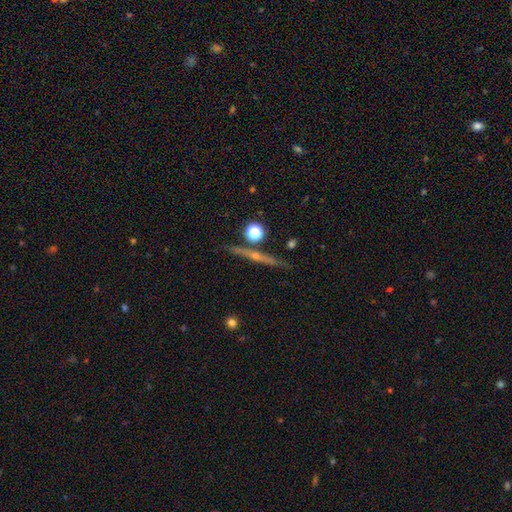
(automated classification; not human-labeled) Smooth or featured?
  - featured or disk: 76% *
  - smooth: 14%
  - star or artifact: 10%
Edge-on disk?
  - yes: 97% *
  - no: 3%
Edge-on bulge?
  - rounded: 84% *
  - none: 11%
  - boxy: 5%
Merging?
  - none: 88% *
  - minor disturbance: 7%
  - merger: 3%
  - major disturbance: 2%